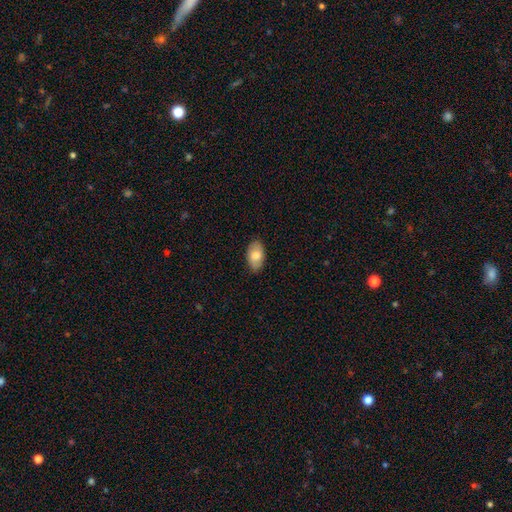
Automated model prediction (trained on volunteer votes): Smooth or featured: smooth — 78% (featured or disk — 16%)
How rounded: in between — 94% (round — 4%)
Merging: none — 86% (minor disturbance — 11%)